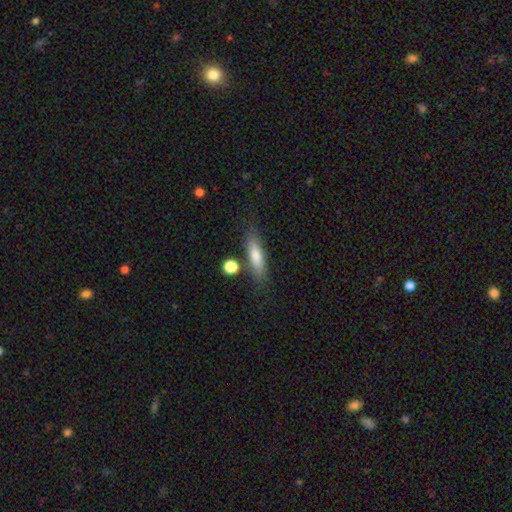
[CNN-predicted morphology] Smooth or featured? smooth (72%)
How rounded? cigar-shaped (67%)
Merging? none (77%)